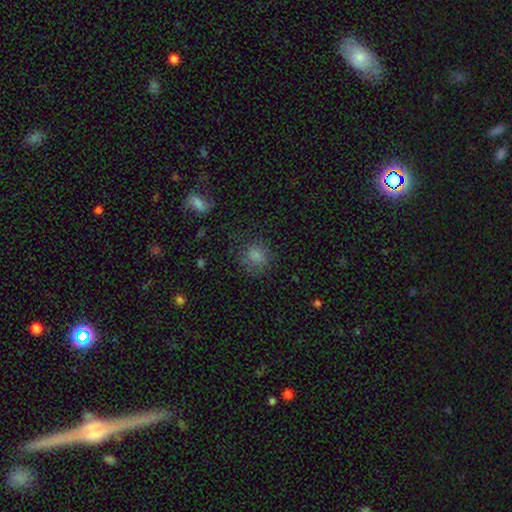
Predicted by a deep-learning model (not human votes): A smooth galaxy with no disk features (80%) that is round (82%).

Vote fractions:
- Smooth or featured? smooth: 80% / star or artifact: 13% / featured or disk: 7%
- How rounded? round: 82% / in between: 17% / cigar-shaped: 1%
- Merging? none: 73% / minor disturbance: 17% / major disturbance: 9% / merger: 2%